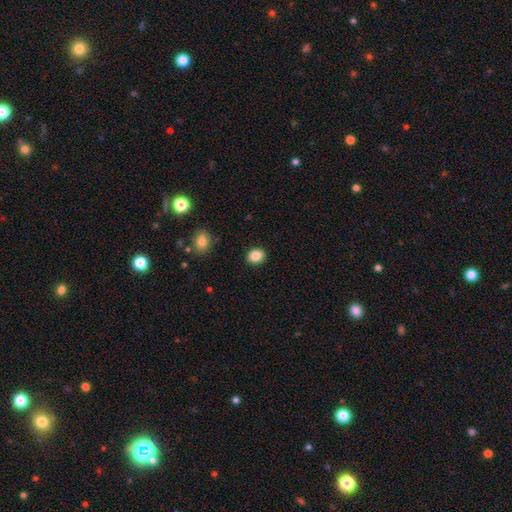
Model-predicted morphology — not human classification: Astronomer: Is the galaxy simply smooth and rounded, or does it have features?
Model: smooth — 86%.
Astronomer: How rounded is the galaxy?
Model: round — 59% (runner-up: in between, 40%).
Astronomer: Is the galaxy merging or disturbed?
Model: none — 90%.